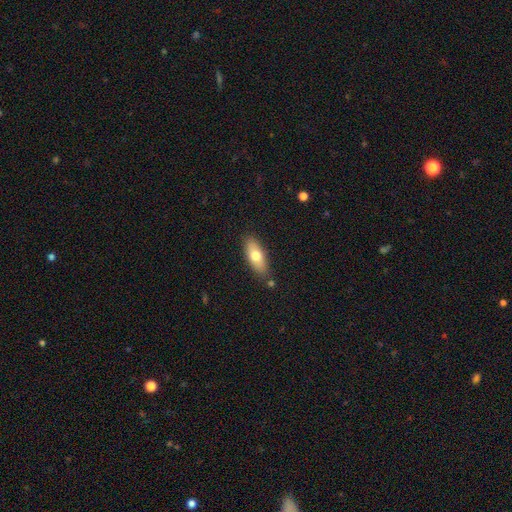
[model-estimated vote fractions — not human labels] A smooth galaxy with no disk features (71%) that is in between round and cigar-shaped (75%). Merging: none (81%).